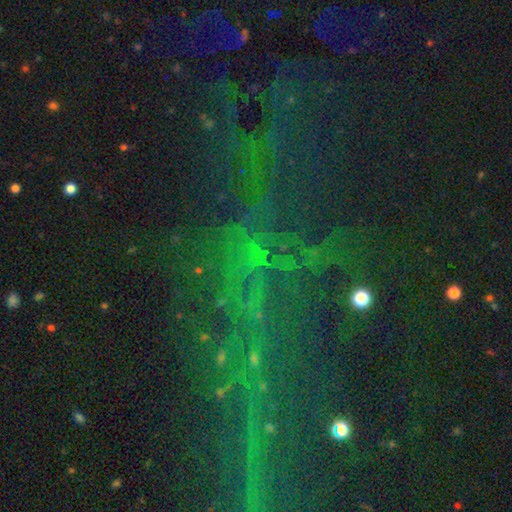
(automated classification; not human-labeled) A star or artifact, not a galaxy (72%).